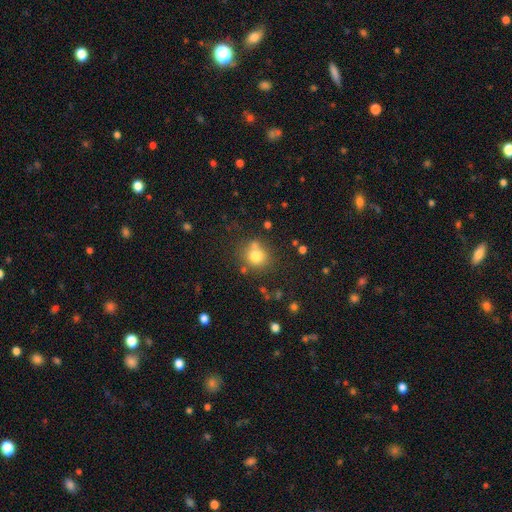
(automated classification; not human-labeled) A smooth galaxy with no disk features (77%) that is round (85%). Merging: none (68%).